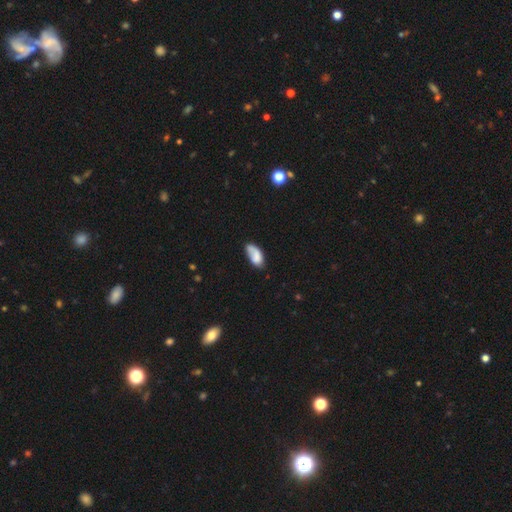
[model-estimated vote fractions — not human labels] Smooth or featured? smooth (74%)
How rounded? in between (91%)
Merging? none (50%)